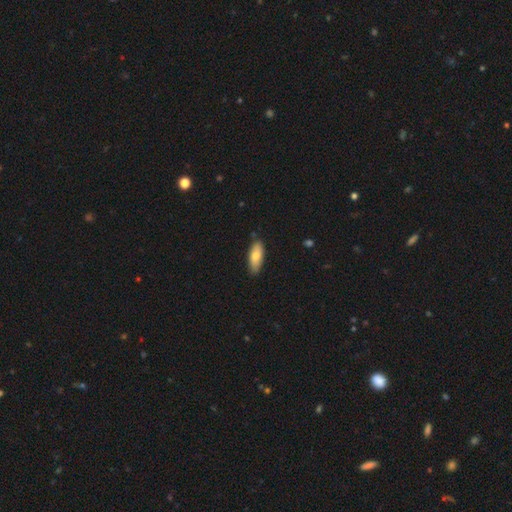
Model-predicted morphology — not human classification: Smooth or featured: smooth — 76% (featured or disk — 19%)
How rounded: in between — 74% (cigar-shaped — 24%)
Merging: none — 83% (minor disturbance — 14%)